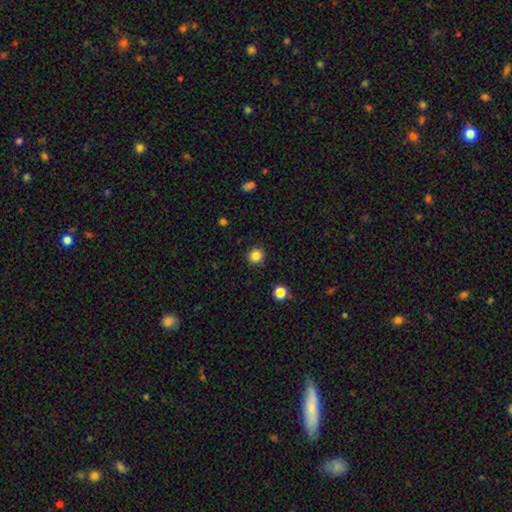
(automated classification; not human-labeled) smooth 84%, star or artifact 12%, featured or disk 4%. Down the decision tree: how rounded — round (94%); merging — none (91%).